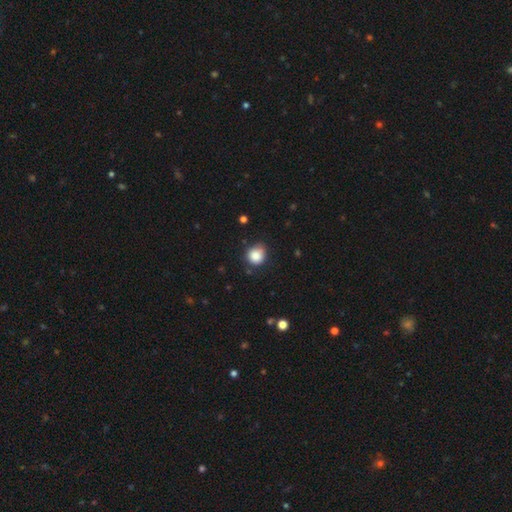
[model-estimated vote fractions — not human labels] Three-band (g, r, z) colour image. It shows a smooth galaxy with no disk features (85%) that is round (84%). Merging: none (71%).